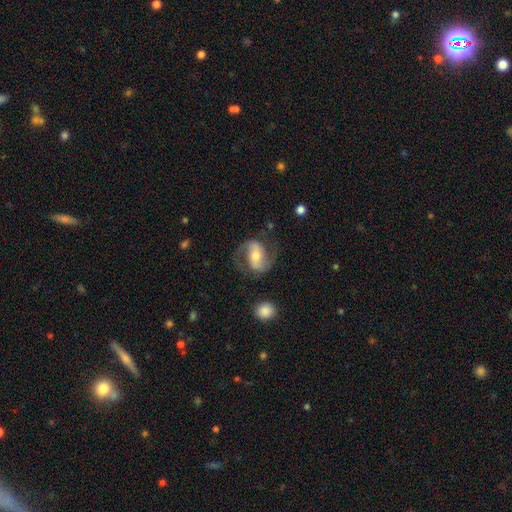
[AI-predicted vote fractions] smooth_or_featured: featured or disk (p=0.81) [alt: smooth p=0.13]
disk_edge_on: no (p=0.97) [alt: yes p=0.03]
bar: strong (p=0.44) [alt: weak p=0.34]
has_spiral_arms: yes (p=0.94) [alt: no p=0.06]
spiral_winding: medium (p=0.52) [alt: loose p=0.33]
spiral_arm_count: 2 (p=0.92) [alt: can't tell p=0.03]
bulge_size: moderate (p=0.65) [alt: small p=0.25]
merging: none (p=0.74) [alt: minor disturbance p=0.14]